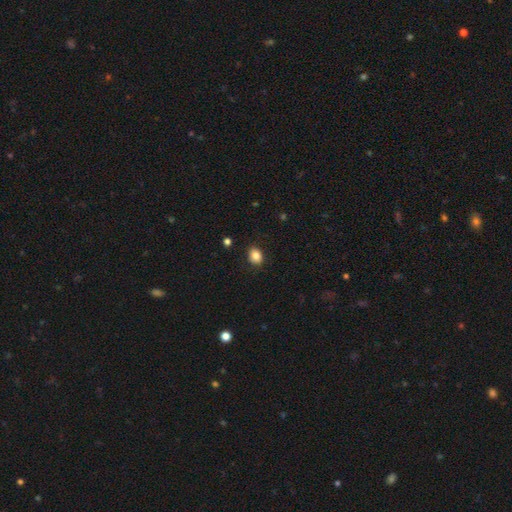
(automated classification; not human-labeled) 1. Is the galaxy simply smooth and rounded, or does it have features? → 84% smooth, 10% star or artifact, 7% featured or disk.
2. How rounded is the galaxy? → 51% round, 48% in between, 1% cigar-shaped.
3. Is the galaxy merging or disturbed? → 87% none, 10% minor disturbance, 2% major disturbance, 1% merger.